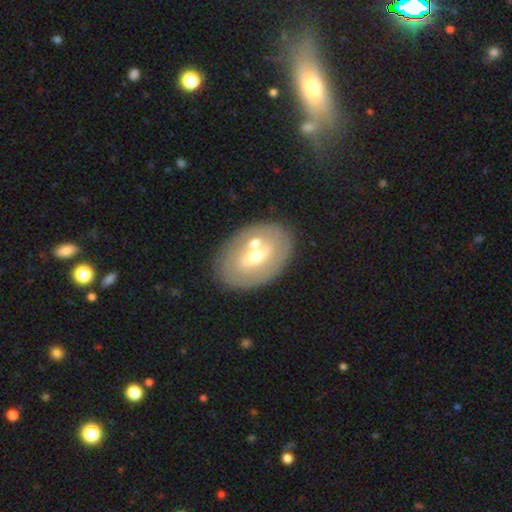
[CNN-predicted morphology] Q: Smooth or featured?
A: featured or disk (54%); runner-up: smooth (39%)
Q: Edge-on disk?
A: no (88%); runner-up: yes (12%)
Q: Merging?
A: none (70%); runner-up: merger (14%)